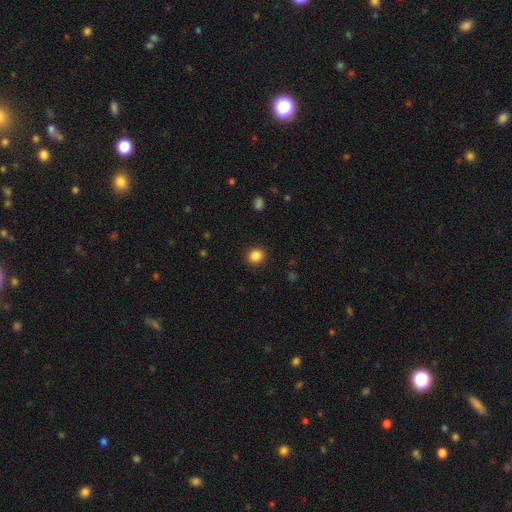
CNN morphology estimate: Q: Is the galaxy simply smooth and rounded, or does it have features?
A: smooth — 86%.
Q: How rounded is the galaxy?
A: round — 84%.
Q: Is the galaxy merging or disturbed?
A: none — 90%.